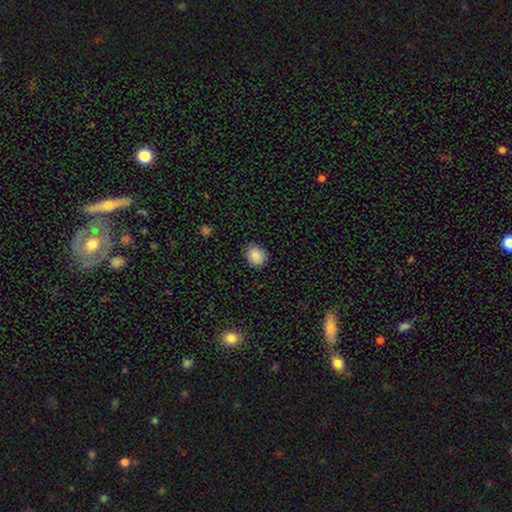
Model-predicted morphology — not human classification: Smooth or featured?
  - smooth: 88% *
  - star or artifact: 9%
  - featured or disk: 3%
How rounded?
  - round: 61% *
  - in between: 38%
  - cigar-shaped: 1%
Merging?
  - none: 83% *
  - minor disturbance: 13%
  - major disturbance: 3%
  - merger: 1%